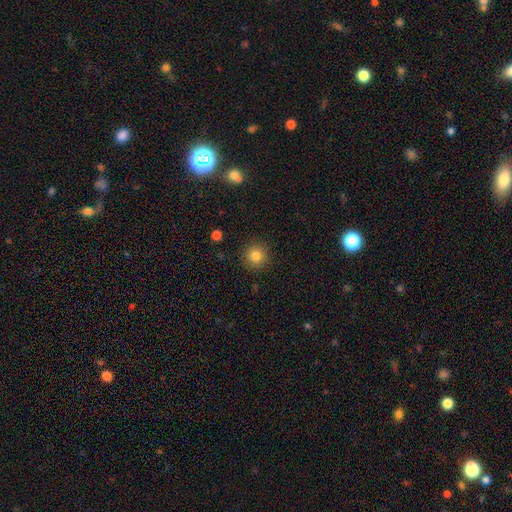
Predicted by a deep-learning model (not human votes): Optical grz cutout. It shows a smooth galaxy with no disk features (82%) that is round (94%). Merging: none (90%).